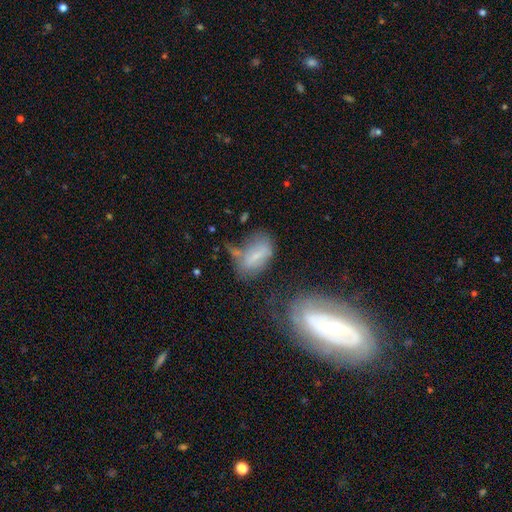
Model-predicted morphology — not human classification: Q: Smooth or featured?
A: smooth (57%); runner-up: featured or disk (32%)
Q: How rounded?
A: in between (87%); runner-up: cigar-shaped (7%)
Q: Merging?
A: none (37%); runner-up: minor disturbance (27%)